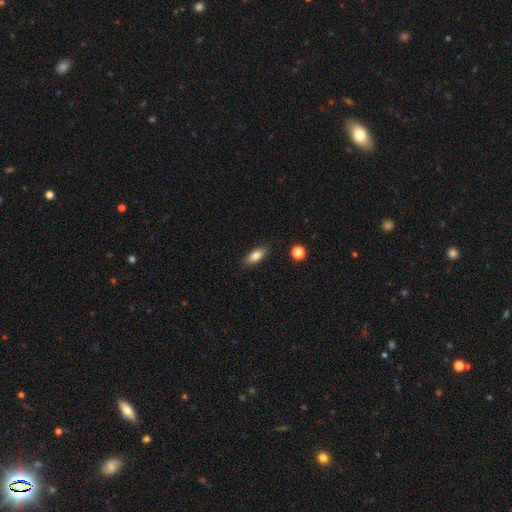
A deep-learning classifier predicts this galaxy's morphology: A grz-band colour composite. It shows a smooth galaxy with no disk features (82%) that is in between round and cigar-shaped (84%). Merging: none (87%).